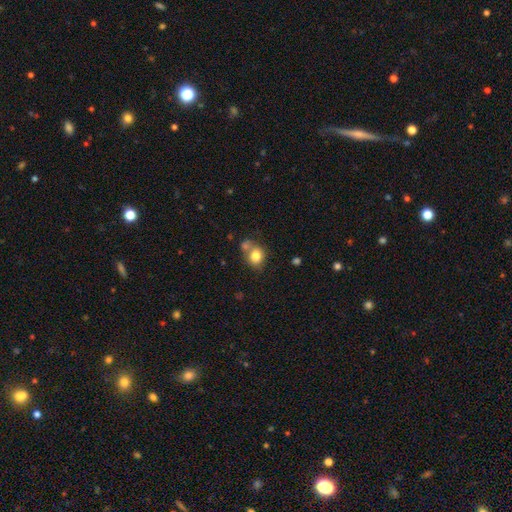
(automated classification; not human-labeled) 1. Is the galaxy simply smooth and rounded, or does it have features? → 79% smooth, 11% featured or disk, 10% star or artifact.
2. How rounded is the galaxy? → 63% round, 37% in between, 1% cigar-shaped.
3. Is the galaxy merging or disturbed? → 51% none, 27% merger, 16% minor disturbance, 6% major disturbance.